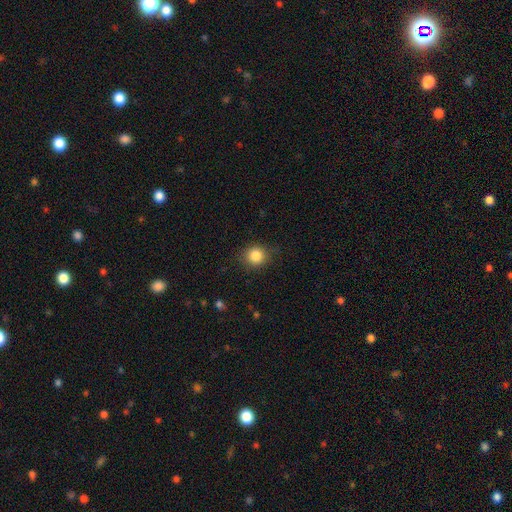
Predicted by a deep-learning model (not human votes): The model was most divided on "how rounded": round: 84%, in between: 15%, cigar-shaped: 1%. More confident: smooth or featured — smooth (84%); merging — none (84%).